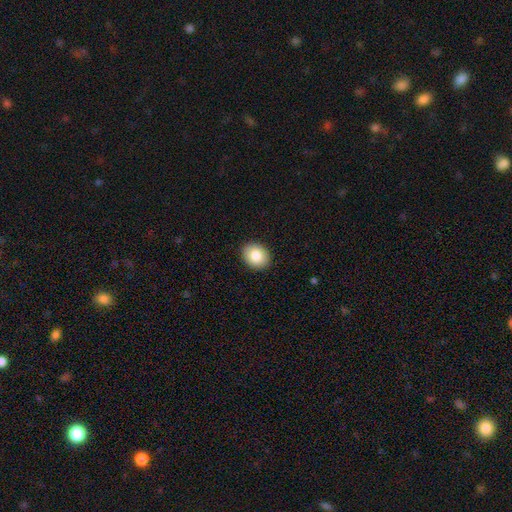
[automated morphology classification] smooth_or_featured: smooth (p=0.83) [alt: featured or disk p=0.09]
how_rounded: round (p=0.53) [alt: in between p=0.46]
merging: none (p=0.91) [alt: minor disturbance p=0.06]